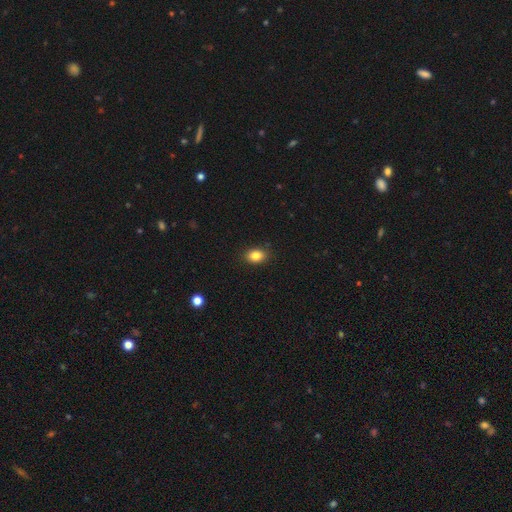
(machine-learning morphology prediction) type=smooth (84%); roundness=in between (72%); merging=none (87%).